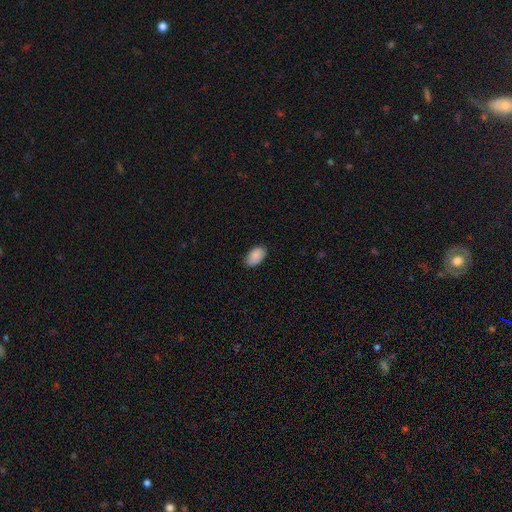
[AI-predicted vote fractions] Q: Smooth or featured?
A: smooth (89%); runner-up: star or artifact (6%)
Q: How rounded?
A: in between (94%); runner-up: round (5%)
Q: Merging?
A: none (85%); runner-up: minor disturbance (12%)